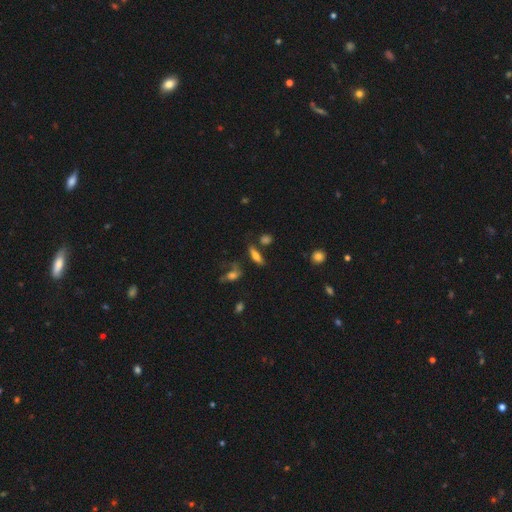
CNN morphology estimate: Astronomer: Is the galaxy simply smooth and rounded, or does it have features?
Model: smooth — 67%.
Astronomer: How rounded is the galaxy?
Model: in between — 51% (runner-up: cigar-shaped, 44%).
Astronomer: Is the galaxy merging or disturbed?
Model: none — 66%.